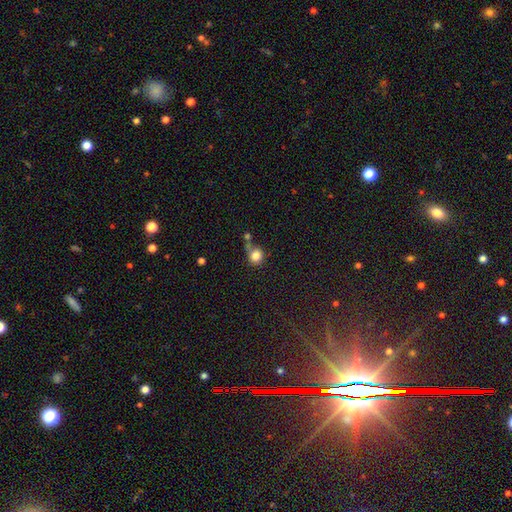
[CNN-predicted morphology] A smooth galaxy with no disk features (83%) that is round (88%). Merging: none (53%).